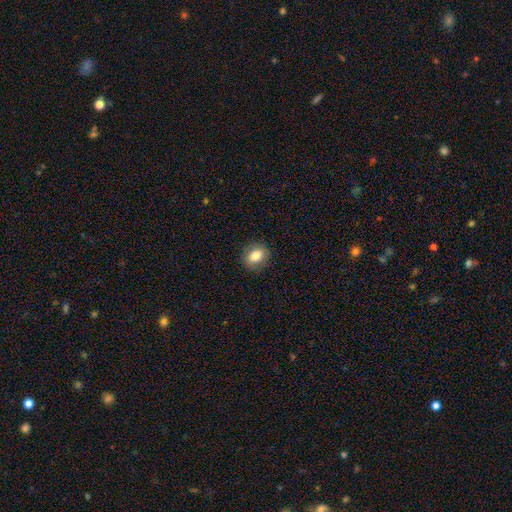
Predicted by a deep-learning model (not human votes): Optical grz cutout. It shows a smooth galaxy with no disk features (79%) that is round (56%). Merging: none (85%).